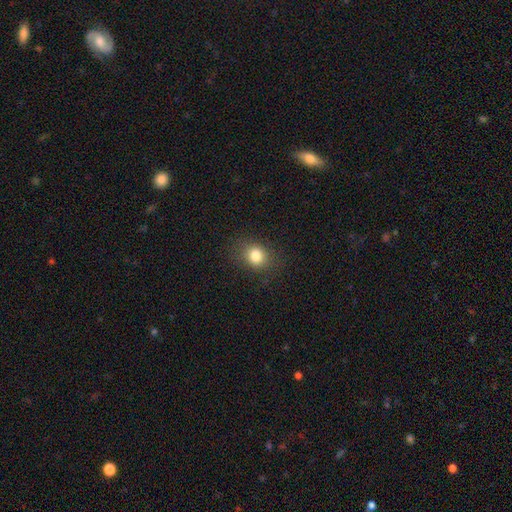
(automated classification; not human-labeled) Smooth or featured? smooth (82%)
How rounded? round (55%)
Merging? none (83%)